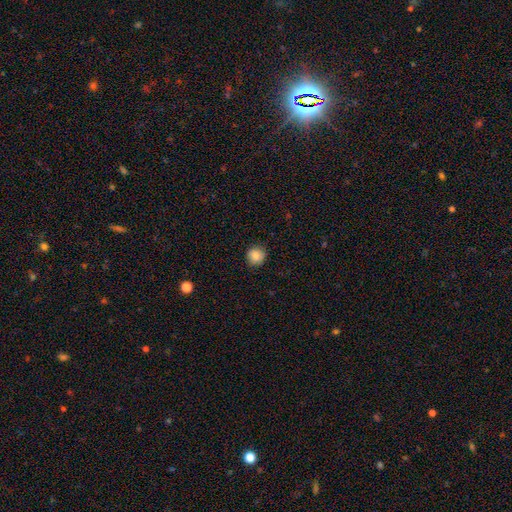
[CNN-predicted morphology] smooth 86%, star or artifact 9%, featured or disk 4%. Down the decision tree: how rounded — round (91%); merging — none (87%).